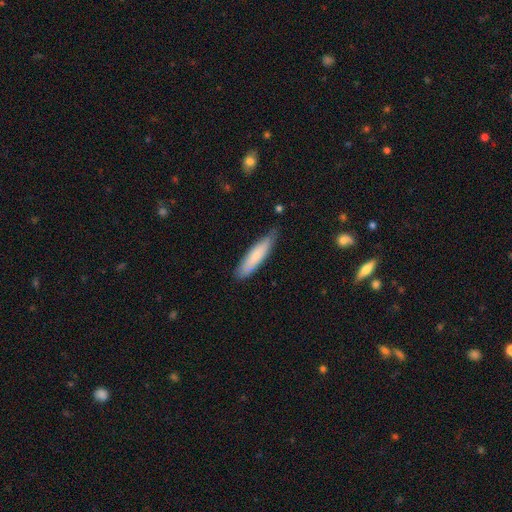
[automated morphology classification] type=smooth (76%); roundness=cigar-shaped (82%); merging=none (77%).